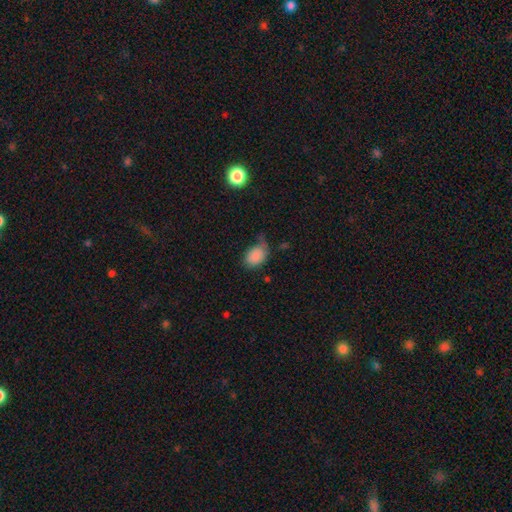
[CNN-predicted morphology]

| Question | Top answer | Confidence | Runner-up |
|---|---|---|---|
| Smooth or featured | smooth | 85% | star or artifact (9%) |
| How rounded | in between | 80% | round (19%) |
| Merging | none | 44% | minor disturbance (36%) |